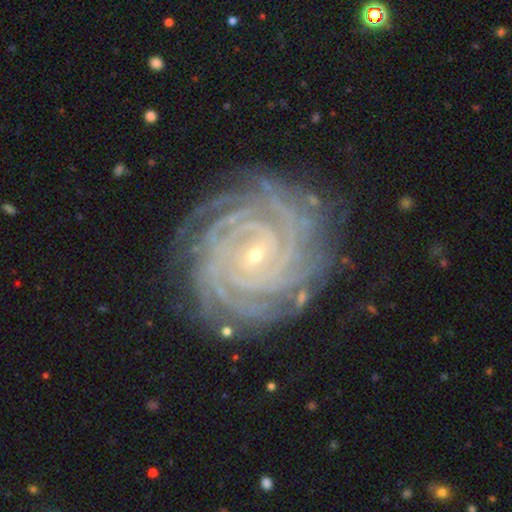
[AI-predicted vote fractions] Smooth or featured?
  - featured or disk: 92% *
  - star or artifact: 5%
  - smooth: 3%
Edge-on disk?
  - no: 98% *
  - yes: 2%
Bar?
  - no: 57% *
  - weak: 27%
  - strong: 16%
Spiral arms?
  - yes: 99% *
  - no: 1%
Spiral winding?
  - tight: 89% *
  - medium: 9%
  - loose: 2%
Spiral arm count?
  - more than 4: 28% *
  - 4: 26%
  - can't tell: 15%
  - 3: 13%
  - 2: 10%
  - 1: 9%
Bulge size?
  - small: 85% *
  - moderate: 12%
  - none: 1%
  - large: 1%
  - dominant: 1%
Merging?
  - none: 84% *
  - minor disturbance: 12%
  - major disturbance: 3%
  - merger: 1%